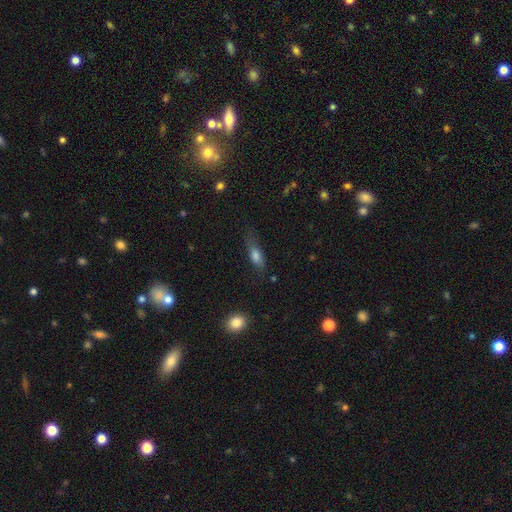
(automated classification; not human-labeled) This appears to be a smooth galaxy with no disk features (71%) that is in between round and cigar-shaped (62%). Merging: none (55%).